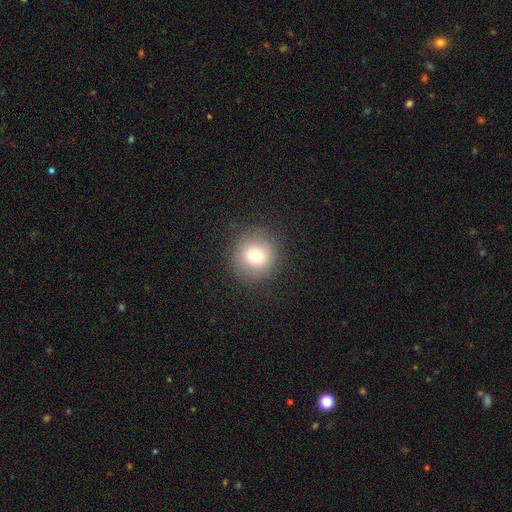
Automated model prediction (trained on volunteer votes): Smooth or featured: smooth — 76% (star or artifact — 12%)
How rounded: round — 94% (in between — 5%)
Merging: none — 89% (minor disturbance — 7%)